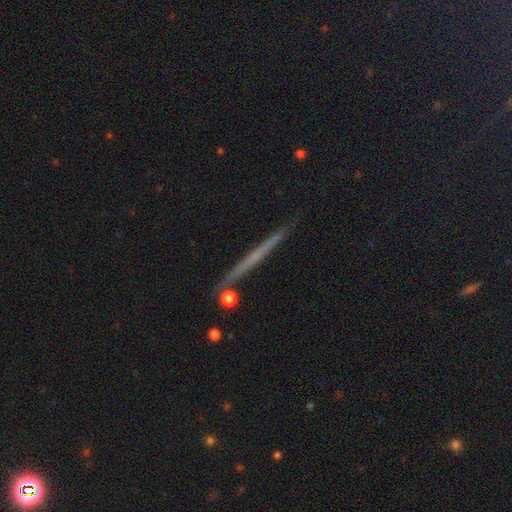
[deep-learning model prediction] Smooth or featured?
  - featured or disk: 55% *
  - smooth: 34%
  - star or artifact: 11%
Edge-on disk?
  - yes: 97% *
  - no: 3%
Edge-on bulge?
  - none: 86% *
  - rounded: 10%
  - boxy: 4%
Merging?
  - none: 89% *
  - minor disturbance: 7%
  - merger: 2%
  - major disturbance: 2%